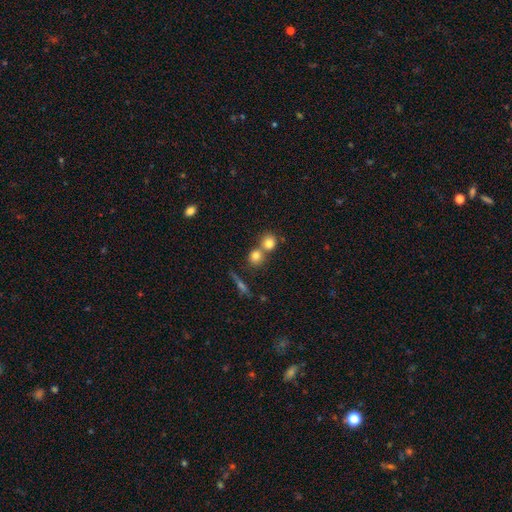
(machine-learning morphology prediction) type=smooth (78%); roundness=round (84%); merging=none (47%).